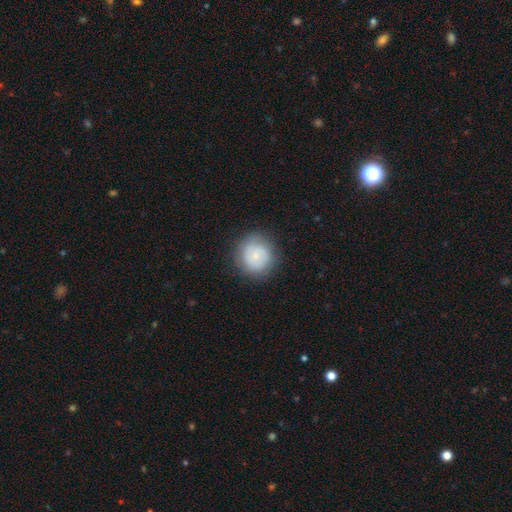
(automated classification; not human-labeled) Smooth or featured? Predicted: smooth (p=0.62). How rounded? Predicted: round (p=0.91). Merging? Predicted: none (p=0.81).